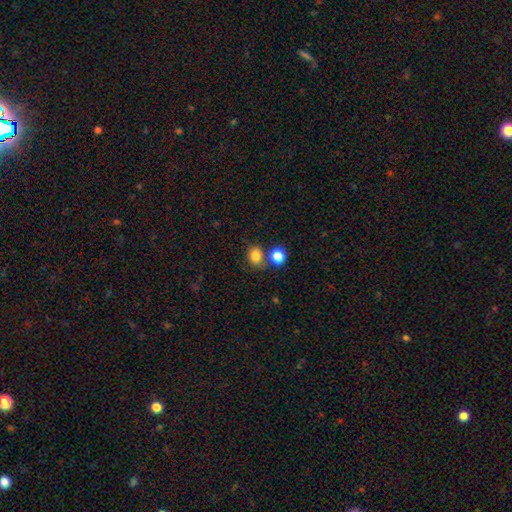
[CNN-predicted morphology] This is clearly a smooth galaxy (82%). How rounded: likely round (65%). Merging: likely none (62%).